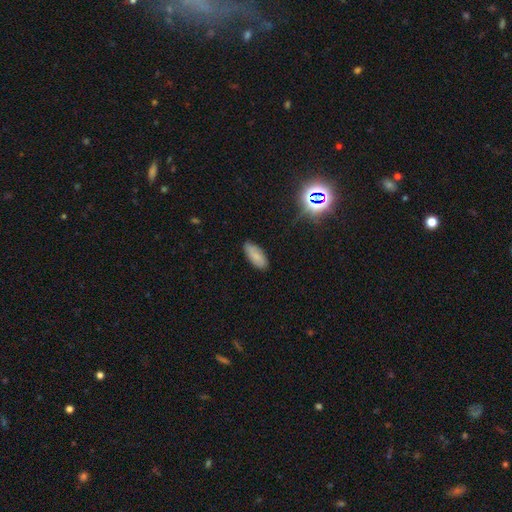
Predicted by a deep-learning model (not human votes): Morphology: type=smooth (77%); roundness=in between (85%); merging=none (82%).